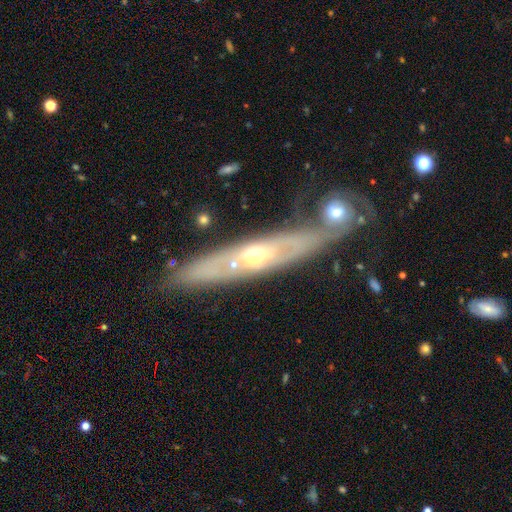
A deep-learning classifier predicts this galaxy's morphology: This is likely a featured or disk galaxy (68%). It is possibly not viewed edge-on (57%). Merging: possibly none (53%).